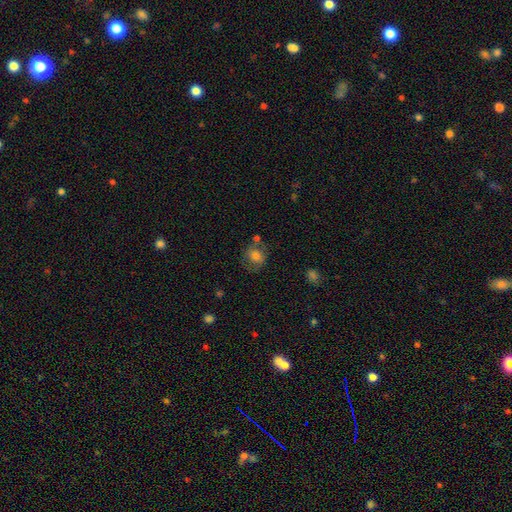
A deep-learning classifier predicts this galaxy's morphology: Smooth or featured: smooth — 70% (featured or disk — 20%)
How rounded: round — 68% (in between — 31%)
Merging: none — 57% (minor disturbance — 20%)